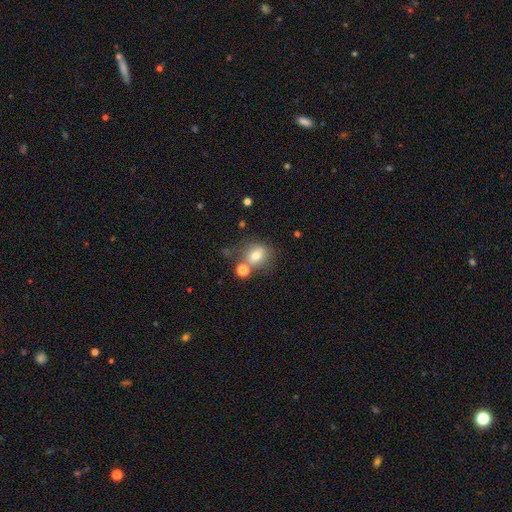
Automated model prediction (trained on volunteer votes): Smooth or featured?
  - smooth: 74% *
  - featured or disk: 14%
  - star or artifact: 12%
How rounded?
  - round: 60% *
  - in between: 39%
  - cigar-shaped: 1%
Merging?
  - none: 58% *
  - merger: 20%
  - minor disturbance: 15%
  - major disturbance: 7%